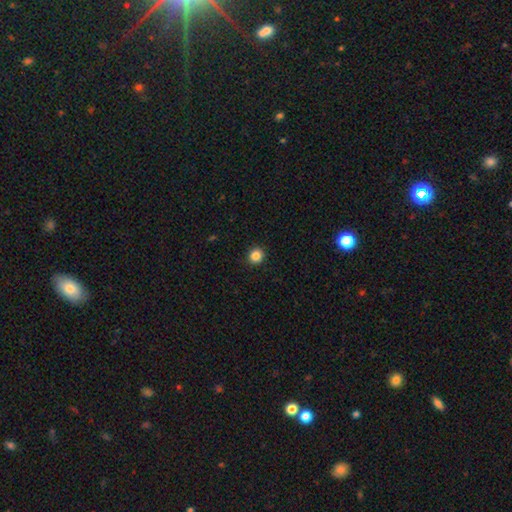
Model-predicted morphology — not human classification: Q: Smooth or featured?
A: smooth (85%); runner-up: star or artifact (11%)
Q: How rounded?
A: round (90%); runner-up: in between (9%)
Q: Merging?
A: none (92%); runner-up: minor disturbance (5%)